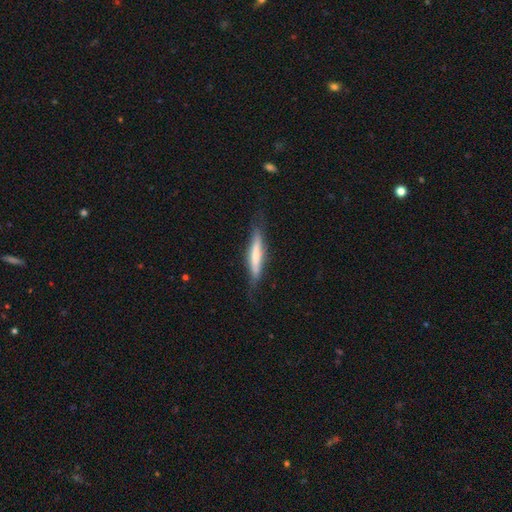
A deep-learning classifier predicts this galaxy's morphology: Q: Smooth or featured?
A: smooth (54%); runner-up: featured or disk (40%)
Q: How rounded?
A: cigar-shaped (90%); runner-up: in between (9%)
Q: Merging?
A: none (73%); runner-up: minor disturbance (20%)